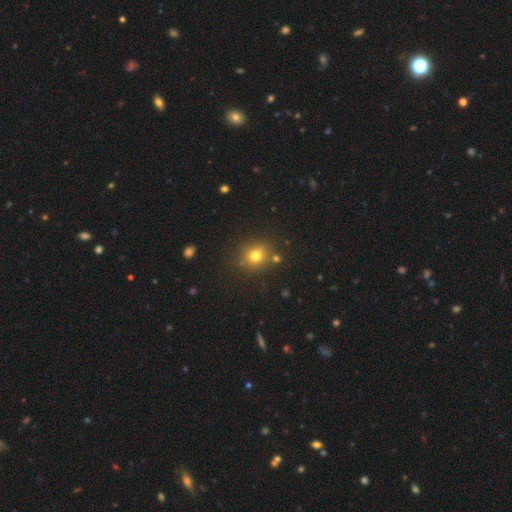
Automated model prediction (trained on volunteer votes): Morphology: type=smooth (74%); roundness=round (81%); merging=none (81%).